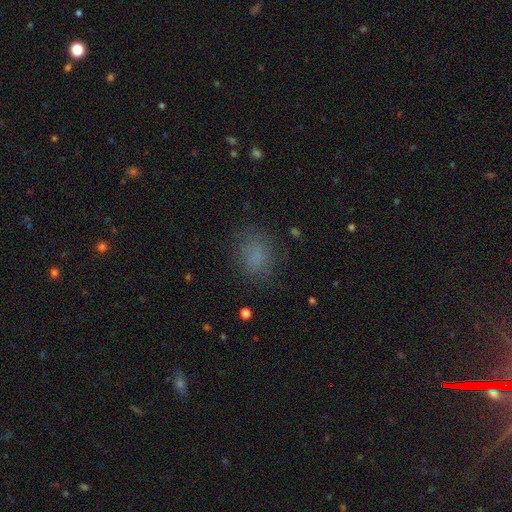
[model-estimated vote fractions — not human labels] This is likely a smooth galaxy (77%). How rounded: possibly round (54%). Merging: likely none (76%).